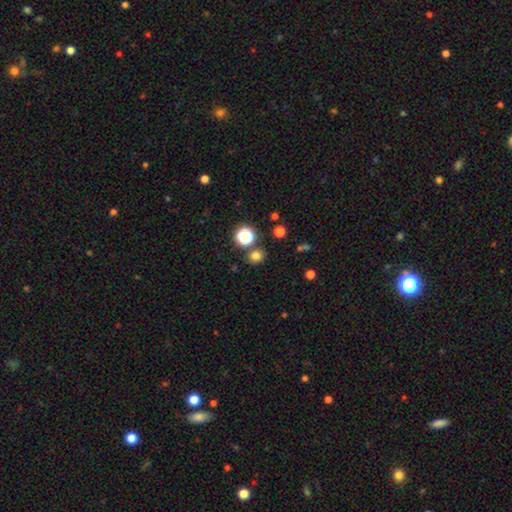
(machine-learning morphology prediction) smooth_or_featured: smooth (p=0.75) [alt: star or artifact p=0.19]
how_rounded: round (p=0.83) [alt: in between p=0.17]
merging: none (p=0.82) [alt: minor disturbance p=0.08]